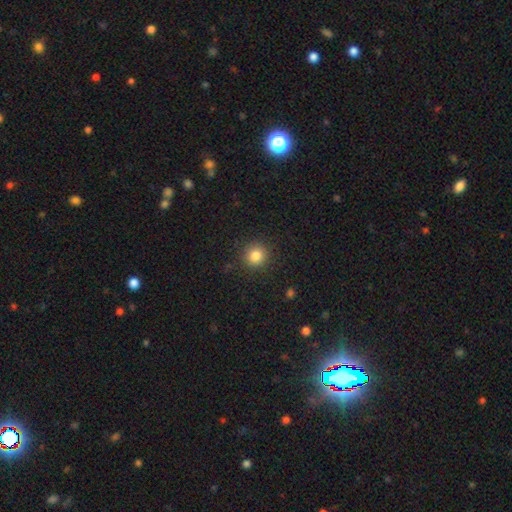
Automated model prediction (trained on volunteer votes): Overall: smooth (84%). How rounded: round (93%). Merging: none (90%).